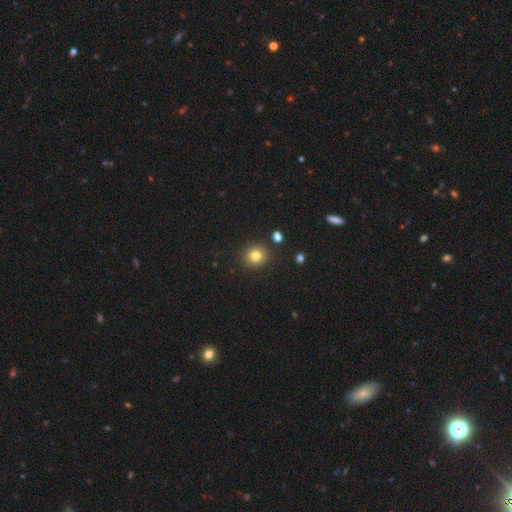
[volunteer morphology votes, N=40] This appears to be a smooth galaxy with no disk features (92%) that is round (84%). Merging: none (90%).